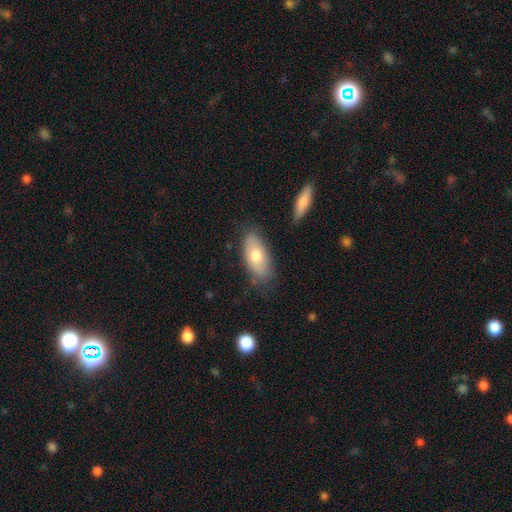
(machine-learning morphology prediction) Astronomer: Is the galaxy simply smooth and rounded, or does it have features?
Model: smooth — 71%.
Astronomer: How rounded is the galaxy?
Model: in between — 88%.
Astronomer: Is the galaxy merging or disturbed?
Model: none — 78%.